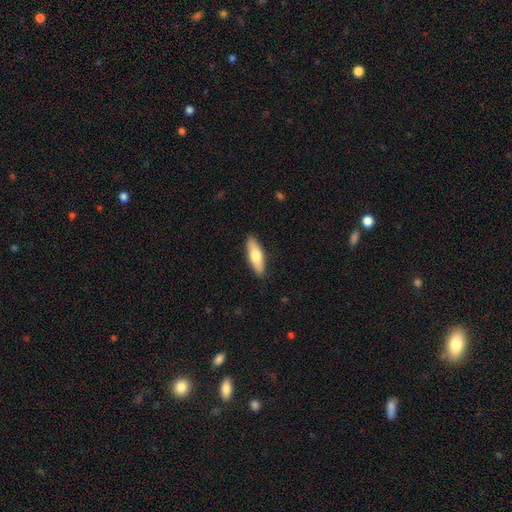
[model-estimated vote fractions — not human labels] Smooth or featured?
  - smooth: 69% *
  - featured or disk: 25%
  - star or artifact: 5%
How rounded?
  - in between: 51% *
  - cigar-shaped: 46%
  - round: 2%
Merging?
  - none: 88% *
  - minor disturbance: 9%
  - major disturbance: 2%
  - merger: 1%